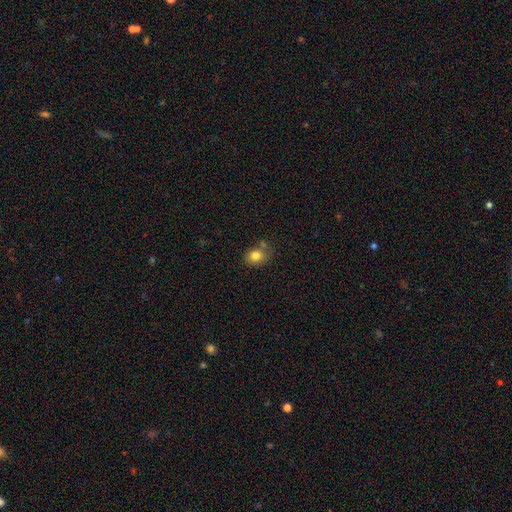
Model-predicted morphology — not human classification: Smooth or featured? Predicted: smooth (p=0.81). How rounded? Predicted: round (p=0.50). Merging? Predicted: none (p=0.64).